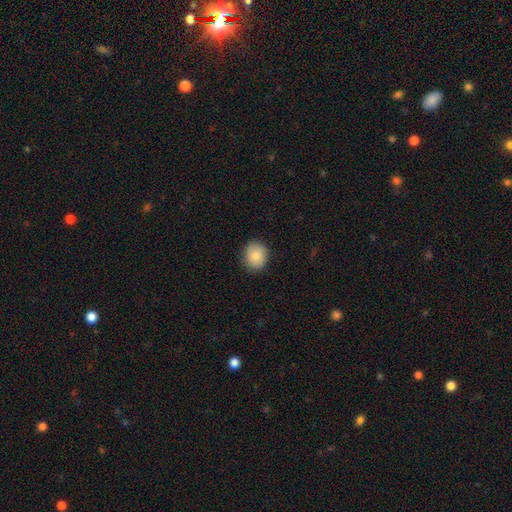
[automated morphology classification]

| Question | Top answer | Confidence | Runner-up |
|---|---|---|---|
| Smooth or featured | smooth | 85% | featured or disk (8%) |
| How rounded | round | 65% | in between (34%) |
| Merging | none | 85% | minor disturbance (11%) |